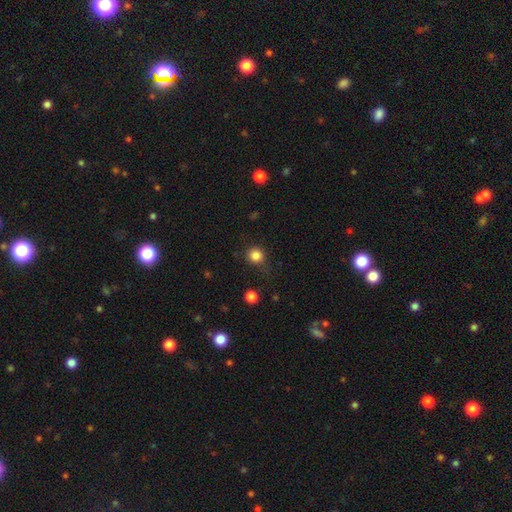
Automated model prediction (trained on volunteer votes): Q: Smooth or featured?
A: smooth (83%); runner-up: star or artifact (12%)
Q: How rounded?
A: round (91%); runner-up: in between (8%)
Q: Merging?
A: none (77%); runner-up: minor disturbance (15%)